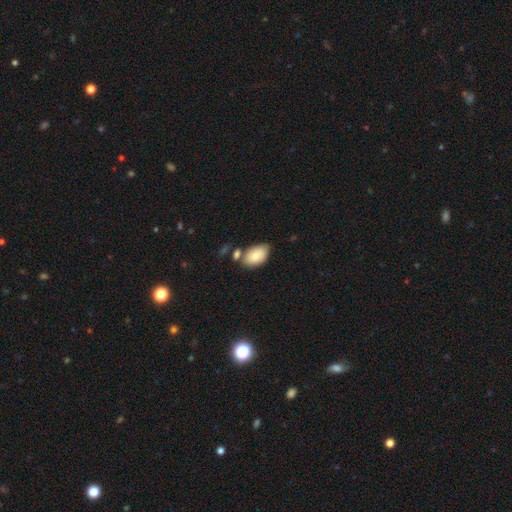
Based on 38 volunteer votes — smooth 84%, featured or disk 8%, star or artifact 8%. Down the decision tree: how rounded — in between (94%); merging — none (46%).